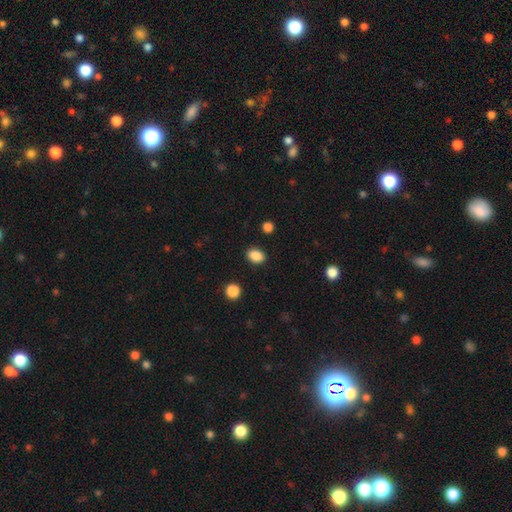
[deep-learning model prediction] A smooth galaxy with no disk features (88%) that is in between round and cigar-shaped (71%). Merging: none (89%).